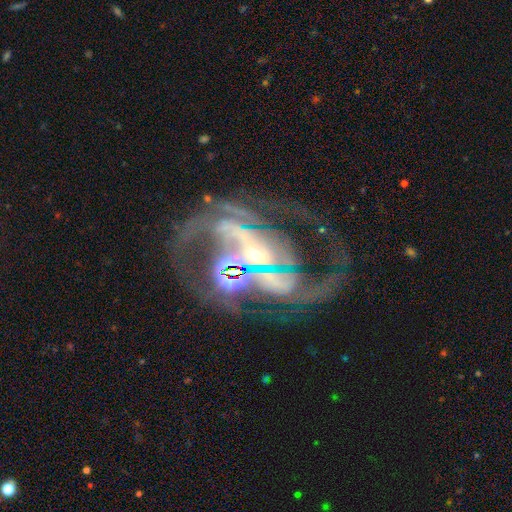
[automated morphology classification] Smooth or featured: featured or disk — 86% (star or artifact — 9%)
Edge-on disk: no — 96% (yes — 4%)
Bar: strong — 44% (no — 30%)
Spiral arms: yes — 89% (no — 11%)
Spiral winding: medium — 48% (tight — 26%)
Spiral arm count: 2 — 57% (can't tell — 15%)
Bulge size: small — 64% (moderate — 28%)
Merging: none — 39% (major disturbance — 30%)